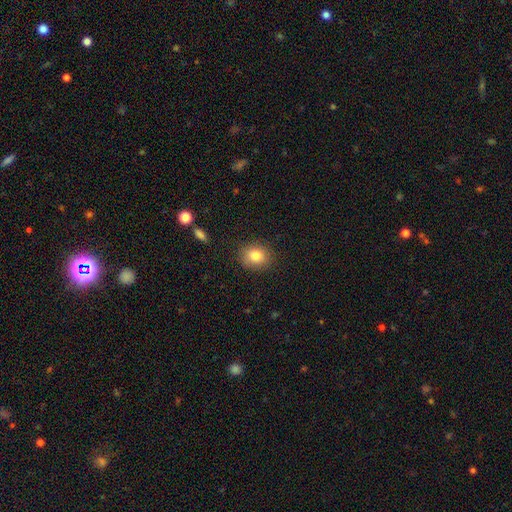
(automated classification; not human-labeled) Smooth or featured?
  - smooth: 82% *
  - star or artifact: 10%
  - featured or disk: 9%
How rounded?
  - round: 64% *
  - in between: 35%
  - cigar-shaped: 1%
Merging?
  - none: 86% *
  - minor disturbance: 10%
  - major disturbance: 3%
  - merger: 1%